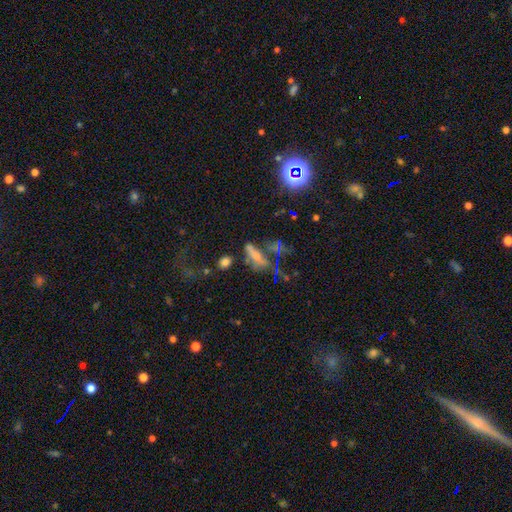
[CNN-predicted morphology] smooth-or-featured: smooth: 54% | star or artifact: 25% | featured or disk: 22%
  how-rounded: in between: 49% | cigar-shaped: 42% | round: 9%
  merging: none: 47% | minor disturbance: 19% | merger: 17% | major disturbance: 17%